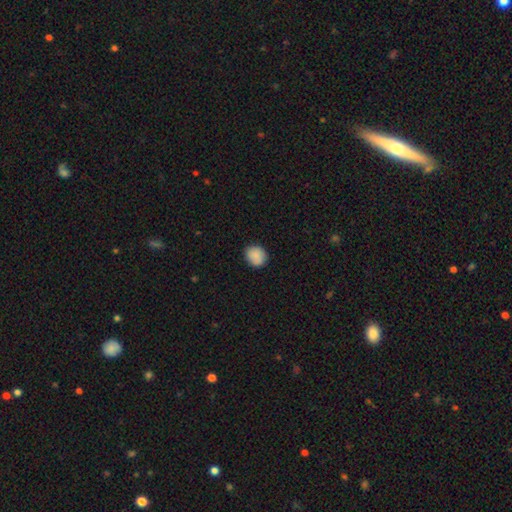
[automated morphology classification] This is clearly a smooth galaxy (89%). How rounded: likely round (76%). Merging: clearly none (88%).